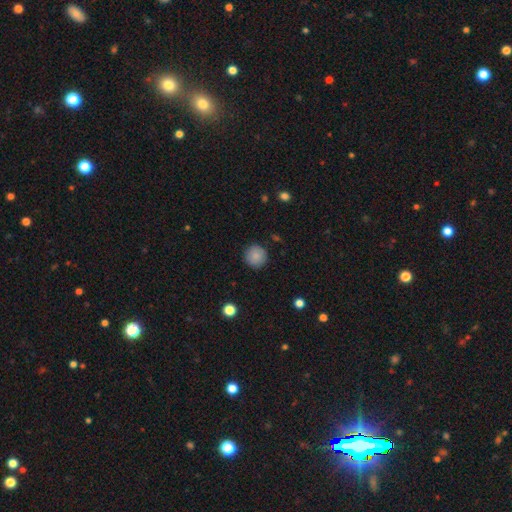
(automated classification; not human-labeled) Smooth or featured: smooth — 87% (star or artifact — 8%)
How rounded: round — 95% (in between — 4%)
Merging: none — 91% (minor disturbance — 6%)